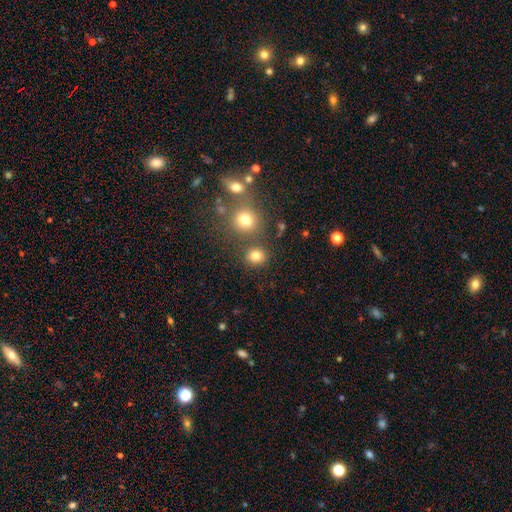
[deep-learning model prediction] A smooth galaxy with no disk features (79%) that is round (79%).

Vote fractions:
- Smooth or featured? smooth: 79% / star or artifact: 15% / featured or disk: 6%
- How rounded? round: 79% / in between: 20% / cigar-shaped: 1%
- Merging? none: 77% / merger: 11% / minor disturbance: 8% / major disturbance: 3%